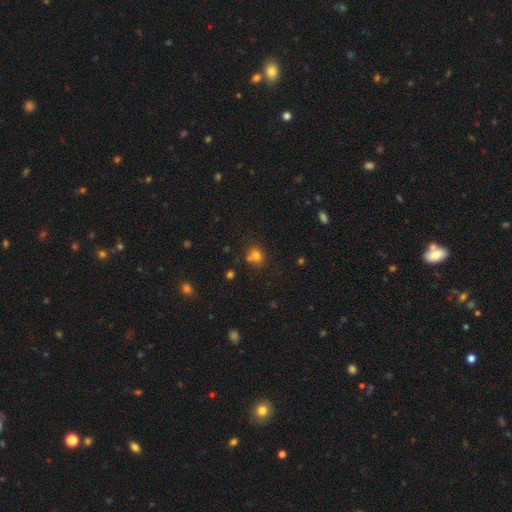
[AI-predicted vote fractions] smooth 76%, star or artifact 16%, featured or disk 9%. Down the decision tree: how rounded — round (77%); merging — none (59%).